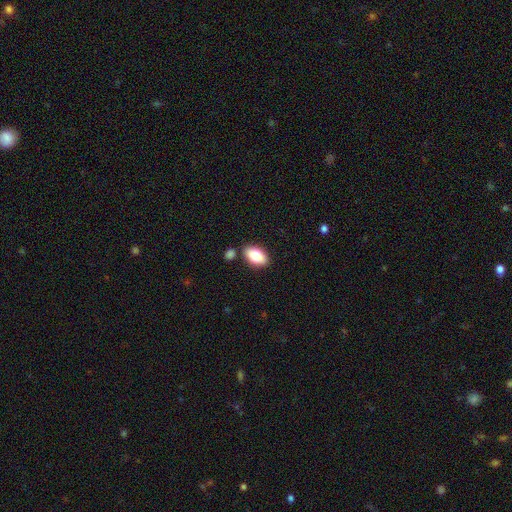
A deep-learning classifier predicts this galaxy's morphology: A smooth galaxy with no disk features (83%) that is in between round and cigar-shaped (93%).

Vote fractions:
- Smooth or featured? smooth: 83% / featured or disk: 10% / star or artifact: 7%
- How rounded? in between: 93% / round: 5% / cigar-shaped: 2%
- Merging? none: 80% / minor disturbance: 10% / merger: 7% / major disturbance: 2%